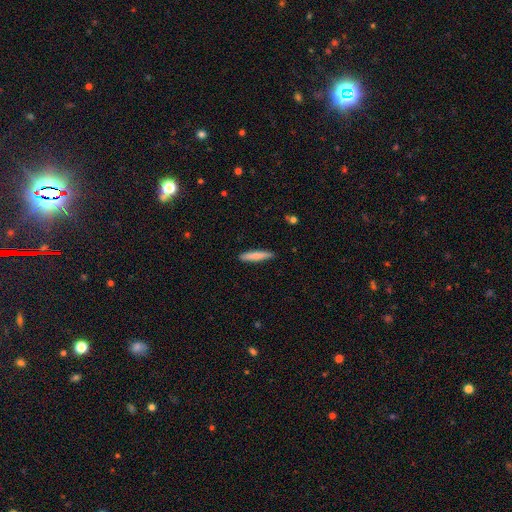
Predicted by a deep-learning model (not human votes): smooth_or_featured: smooth (p=0.78) [alt: featured or disk p=0.16]
how_rounded: cigar-shaped (p=0.89) [alt: in between p=0.09]
merging: none (p=0.88) [alt: minor disturbance p=0.09]